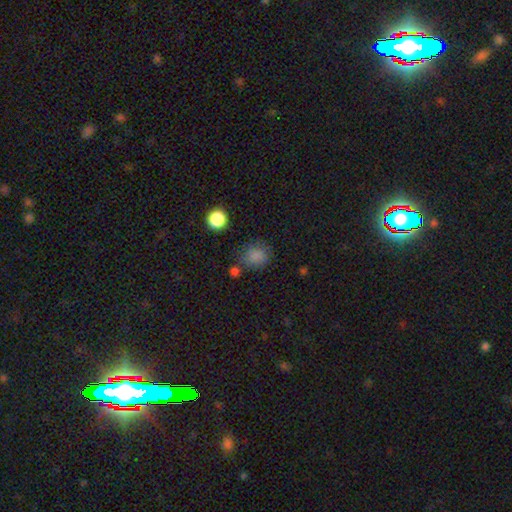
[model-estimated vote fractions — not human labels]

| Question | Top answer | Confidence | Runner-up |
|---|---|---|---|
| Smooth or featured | smooth | 81% | star or artifact (13%) |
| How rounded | round | 72% | in between (27%) |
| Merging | none | 68% | minor disturbance (18%) |